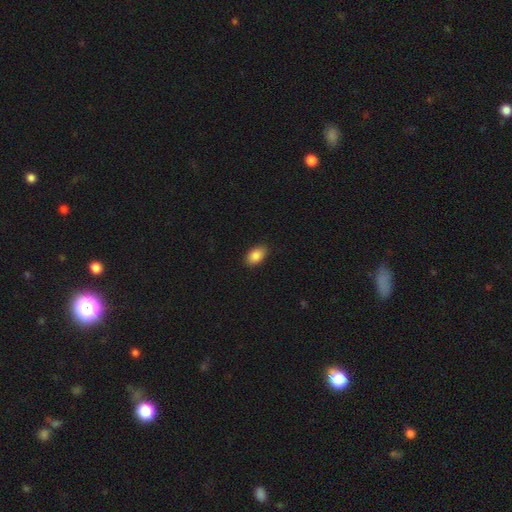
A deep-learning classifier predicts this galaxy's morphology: Smooth or featured?
  - smooth: 87% *
  - star or artifact: 8%
  - featured or disk: 5%
How rounded?
  - in between: 89% *
  - round: 9%
  - cigar-shaped: 1%
Merging?
  - none: 87% *
  - minor disturbance: 10%
  - major disturbance: 2%
  - merger: 1%